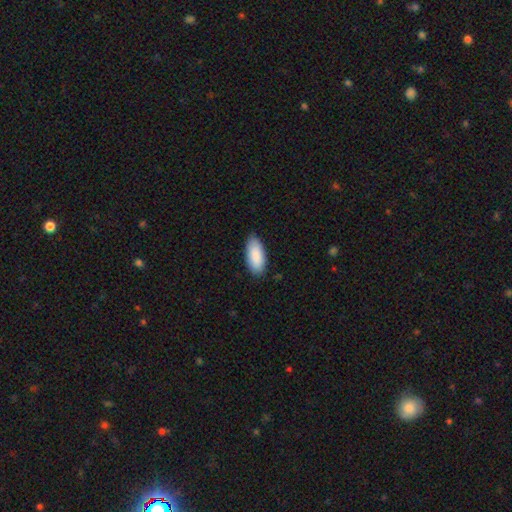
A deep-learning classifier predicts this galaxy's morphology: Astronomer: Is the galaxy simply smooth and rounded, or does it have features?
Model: smooth — 89%.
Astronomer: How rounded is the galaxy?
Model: in between — 91%.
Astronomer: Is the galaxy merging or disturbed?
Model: none — 85%.